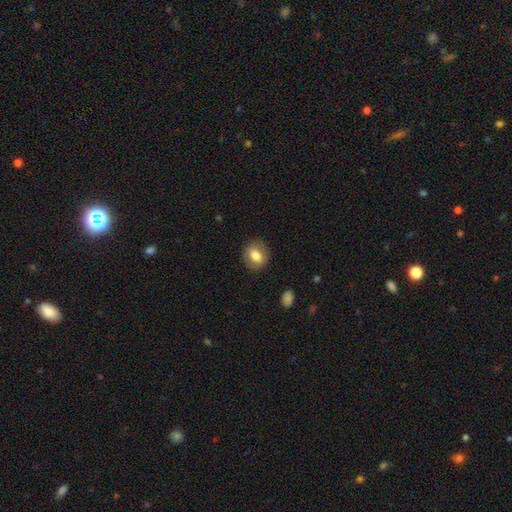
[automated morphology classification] A smooth galaxy with no disk features (72%) that is round (50%).

Vote fractions:
- Smooth or featured? smooth: 72% / featured or disk: 20% / star or artifact: 8%
- How rounded? round: 50% / in between: 49% / cigar-shaped: 1%
- Merging? none: 84% / minor disturbance: 11% / major disturbance: 4% / merger: 1%